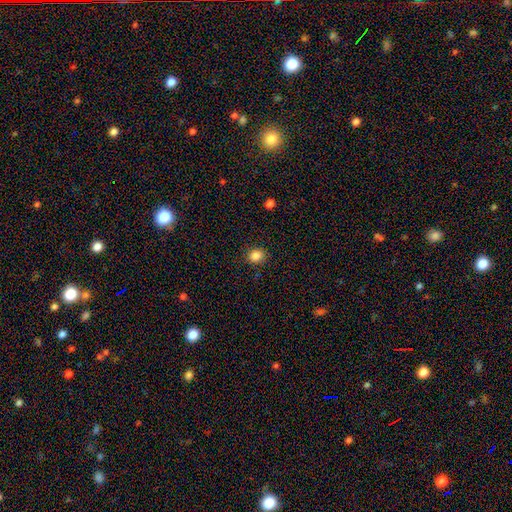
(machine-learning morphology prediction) Smooth or featured: smooth — 86% (star or artifact — 11%)
How rounded: round — 64% (in between — 35%)
Merging: none — 89% (minor disturbance — 8%)